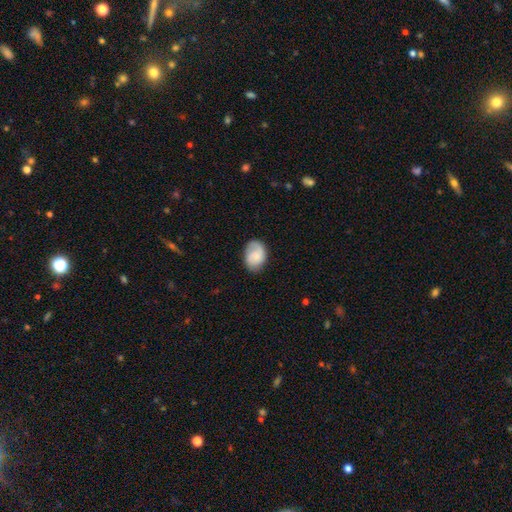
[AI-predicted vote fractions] Smooth or featured?
  - smooth: 60% *
  - featured or disk: 33%
  - star or artifact: 7%
How rounded?
  - in between: 73% *
  - round: 26%
  - cigar-shaped: 1%
Merging?
  - none: 72% *
  - minor disturbance: 20%
  - major disturbance: 6%
  - merger: 1%